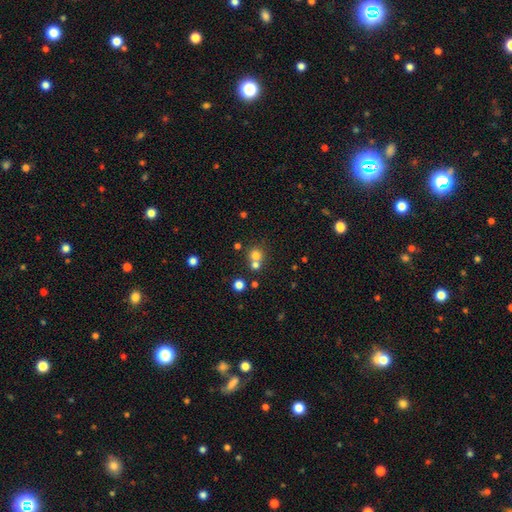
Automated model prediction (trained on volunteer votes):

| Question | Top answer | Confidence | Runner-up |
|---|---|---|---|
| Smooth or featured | smooth | 71% | star or artifact (18%) |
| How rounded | round | 87% | in between (12%) |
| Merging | none | 47% | merger (44%) |